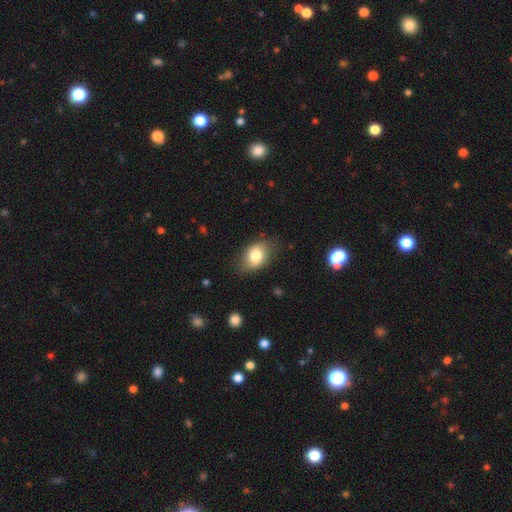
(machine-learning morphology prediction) Overall: smooth (78%). How rounded: in between (83%). Merging: none (76%).